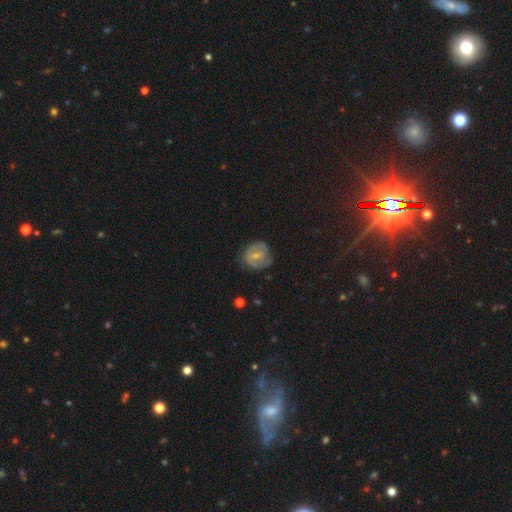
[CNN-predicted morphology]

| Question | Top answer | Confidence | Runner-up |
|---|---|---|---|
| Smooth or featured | featured or disk | 58% | smooth (34%) |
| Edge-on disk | no | 97% | yes (3%) |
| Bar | weak | 51% | no (34%) |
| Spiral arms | yes | 74% | no (26%) |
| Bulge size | small | 57% | moderate (36%) |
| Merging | none | 61% | minor disturbance (27%) |